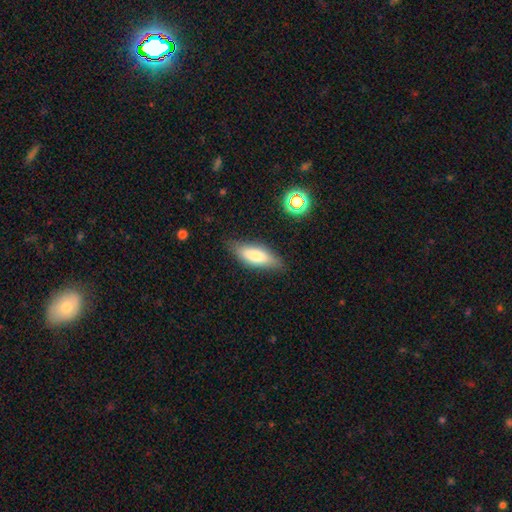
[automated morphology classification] The model was most divided on "how rounded": in between: 63%, cigar-shaped: 35%, round: 2%. More confident: merging — none (81%); smooth or featured — smooth (76%).